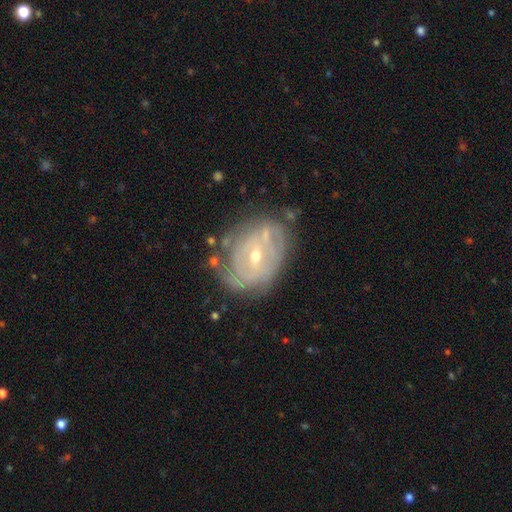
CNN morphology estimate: Smooth or featured?
  - featured or disk: 77% *
  - smooth: 16%
  - star or artifact: 7%
Edge-on disk?
  - no: 96% *
  - yes: 4%
Bar?
  - no: 46% *
  - weak: 42%
  - strong: 12%
Spiral arms?
  - yes: 73% *
  - no: 27%
Spiral winding?
  - tight: 68% *
  - medium: 23%
  - loose: 9%
Spiral arm count?
  - can't tell: 52% *
  - 2: 23%
  - 3: 10%
  - 1: 6%
  - 4: 5%
  - more than 4: 3%
Bulge size?
  - small: 50% *
  - moderate: 47%
  - large: 1%
  - none: 1%
  - dominant: 1%
Merging?
  - none: 59% *
  - minor disturbance: 25%
  - major disturbance: 11%
  - merger: 5%